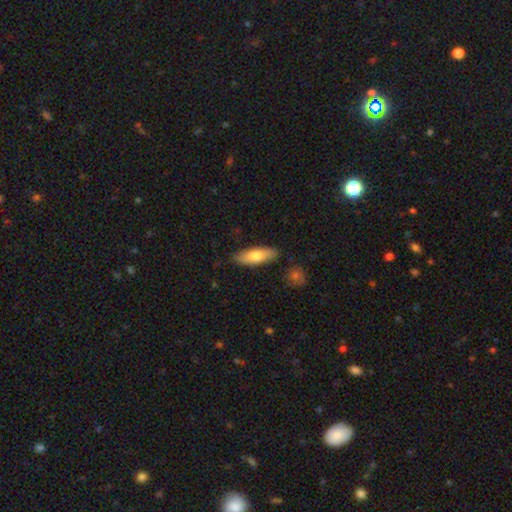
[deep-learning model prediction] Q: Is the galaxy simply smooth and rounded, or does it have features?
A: smooth — 74%.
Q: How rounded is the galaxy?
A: in between — 58%.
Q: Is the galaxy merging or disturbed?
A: none — 84%.